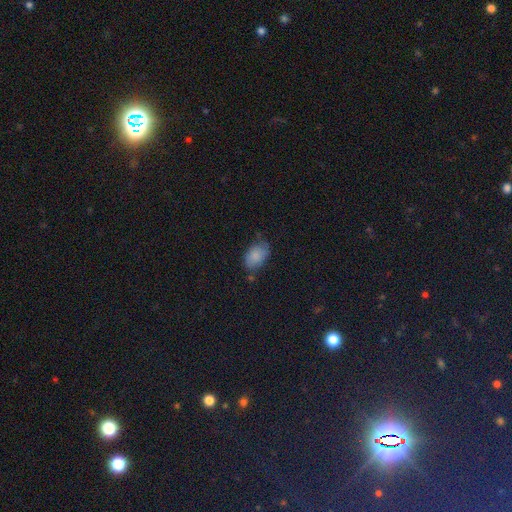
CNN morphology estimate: Smooth or featured?
  - smooth: 82% *
  - featured or disk: 9%
  - star or artifact: 9%
How rounded?
  - in between: 89% *
  - round: 10%
  - cigar-shaped: 1%
Merging?
  - none: 58% *
  - minor disturbance: 30%
  - major disturbance: 8%
  - merger: 4%